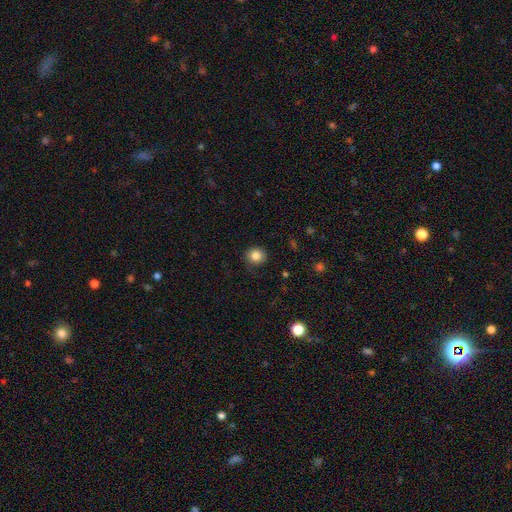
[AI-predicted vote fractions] Smooth or featured?
  - smooth: 83% *
  - star or artifact: 10%
  - featured or disk: 7%
How rounded?
  - round: 87% *
  - in between: 12%
  - cigar-shaped: 1%
Merging?
  - none: 80% *
  - minor disturbance: 15%
  - major disturbance: 5%
  - merger: 1%